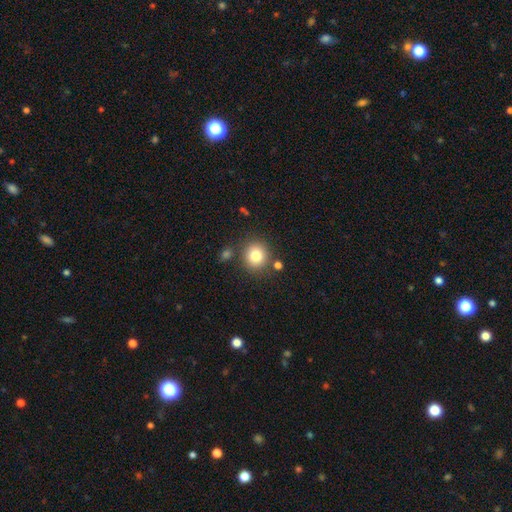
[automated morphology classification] This is clearly a smooth galaxy (83%). How rounded: clearly round (87%). Merging: clearly none (80%).